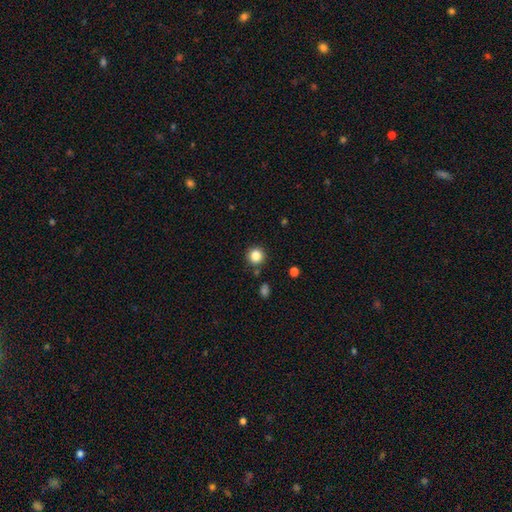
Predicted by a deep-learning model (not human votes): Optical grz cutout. It shows a smooth galaxy with no disk features (84%) that is round (94%). Merging: none (88%).